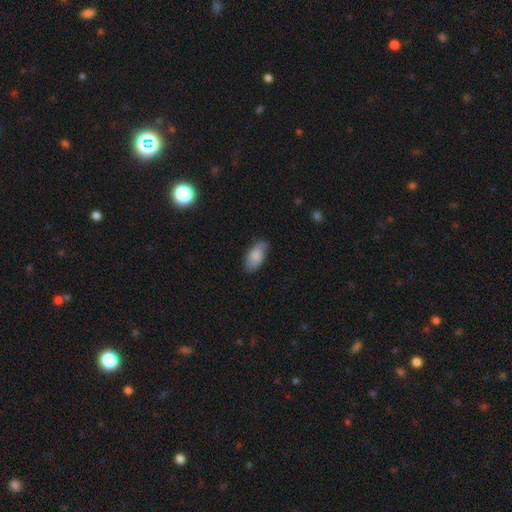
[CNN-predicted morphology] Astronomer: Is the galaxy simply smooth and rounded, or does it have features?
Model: smooth — 72%.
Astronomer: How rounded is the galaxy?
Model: in between — 93%.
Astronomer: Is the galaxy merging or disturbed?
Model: none — 74%.